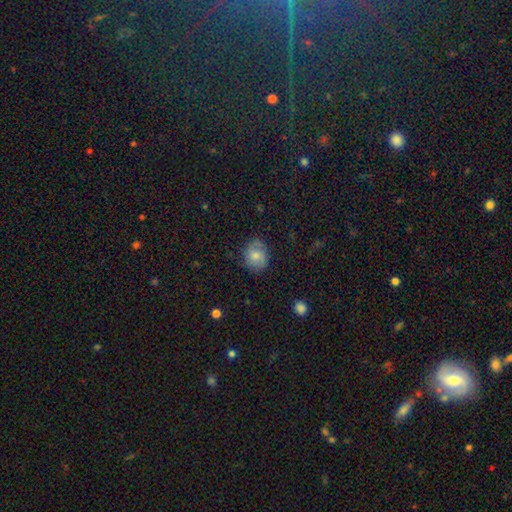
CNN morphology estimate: The model was most divided on "how rounded": round: 60%, in between: 39%, cigar-shaped: 1%. More confident: merging — none (76%); smooth or featured — smooth (68%).